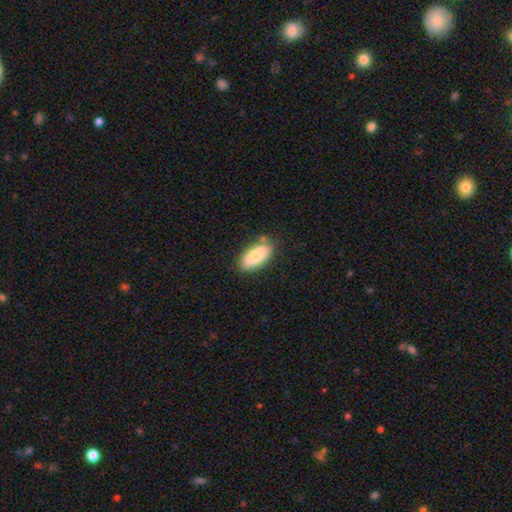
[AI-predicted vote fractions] smooth 78%, featured or disk 16%, star or artifact 6%. Down the decision tree: how rounded — in between (92%); merging — none (76%).